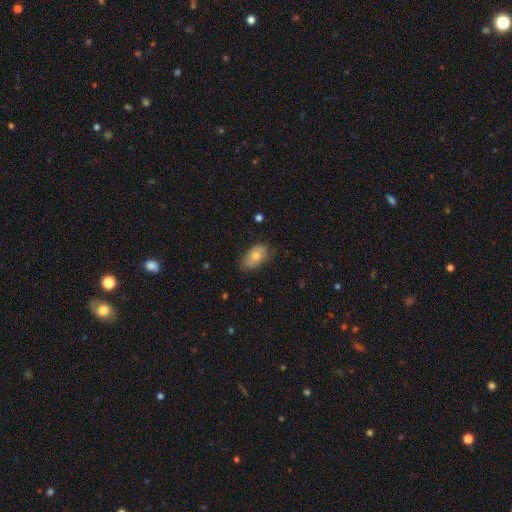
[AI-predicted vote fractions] smooth 72%, featured or disk 19%, star or artifact 9%. Down the decision tree: how rounded — in between (91%); merging — none (78%).